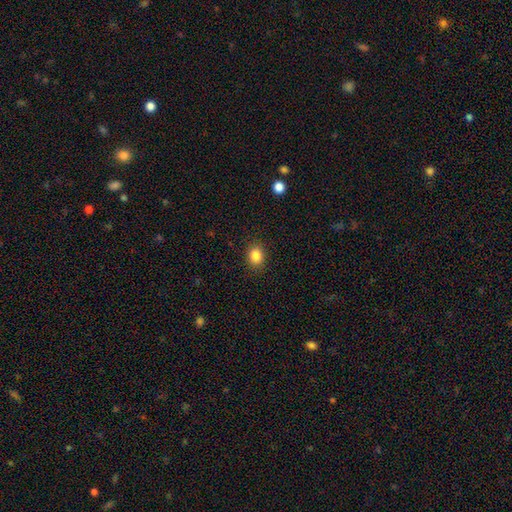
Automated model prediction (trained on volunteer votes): Morphology: type=smooth (86%); roundness=round (53%); merging=none (89%).